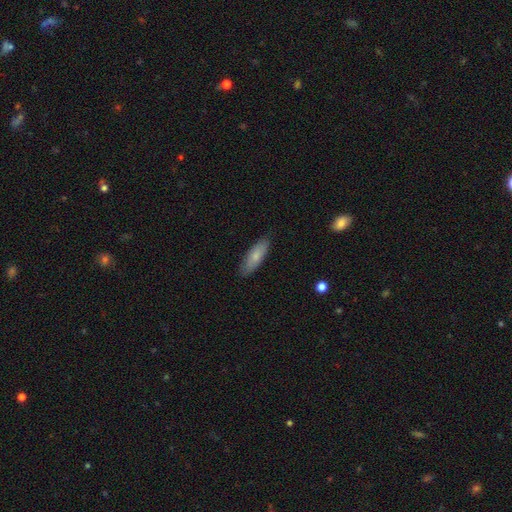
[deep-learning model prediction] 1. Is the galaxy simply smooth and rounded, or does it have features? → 77% smooth, 17% featured or disk, 6% star or artifact.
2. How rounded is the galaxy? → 58% in between, 40% cigar-shaped, 2% round.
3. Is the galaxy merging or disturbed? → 85% none, 12% minor disturbance, 2% major disturbance, 1% merger.